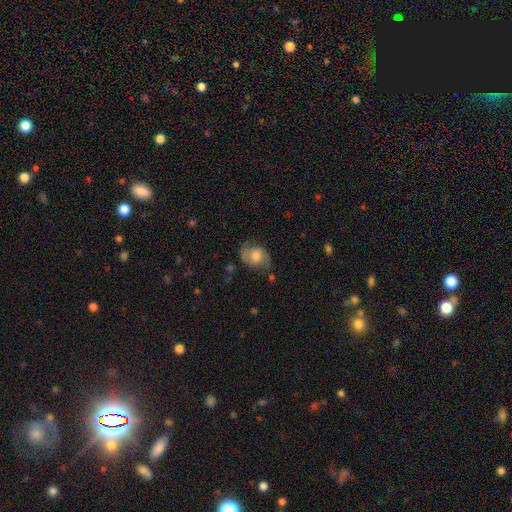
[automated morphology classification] The model was most divided on "smooth or featured": featured or disk: 50%, smooth: 41%, star or artifact: 8%. More confident: edge-on disk — no (96%); merging — none (66%).